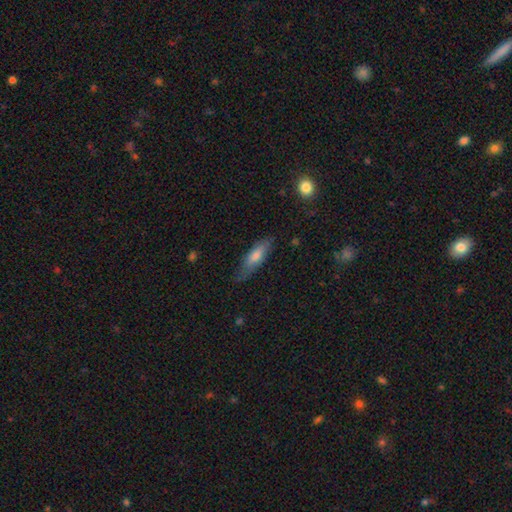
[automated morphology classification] smooth-or-featured: smooth: 62% | featured or disk: 31% | star or artifact: 7%
  how-rounded: cigar-shaped: 60% | in between: 38% | round: 2%
  merging: none: 73% | minor disturbance: 21% | major disturbance: 5% | merger: 1%